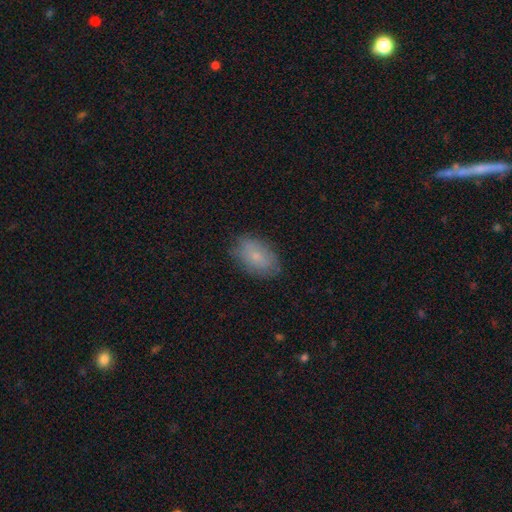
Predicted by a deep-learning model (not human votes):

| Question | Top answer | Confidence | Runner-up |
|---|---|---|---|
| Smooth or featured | smooth | 76% | featured or disk (17%) |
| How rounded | in between | 91% | round (7%) |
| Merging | none | 80% | minor disturbance (15%) |